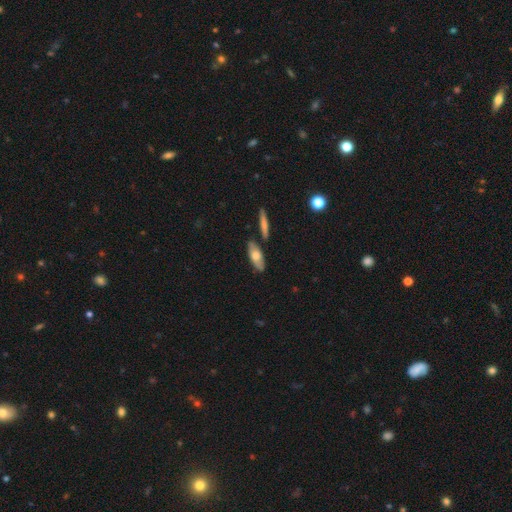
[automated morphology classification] A smooth galaxy with no disk features (60%) that is in between round and cigar-shaped (70%). Merging: none (74%).